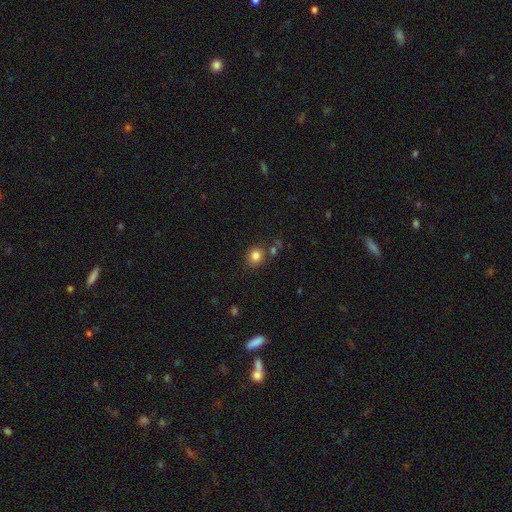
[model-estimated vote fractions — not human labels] smooth 83%, star or artifact 11%, featured or disk 6%. Down the decision tree: how rounded — round (71%); merging — none (76%).